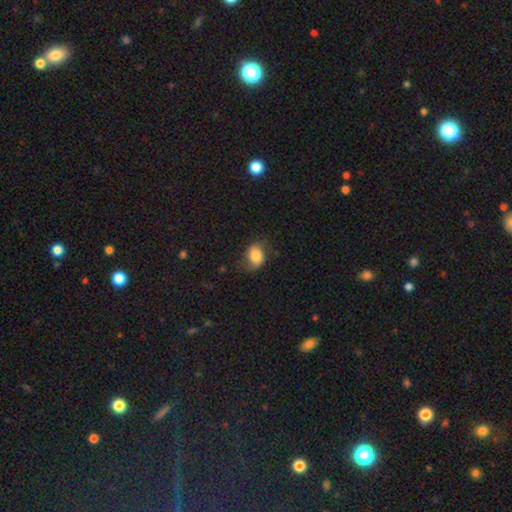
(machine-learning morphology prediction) A smooth galaxy with no disk features (72%) that is in between round and cigar-shaped (71%).

Vote fractions:
- Smooth or featured? smooth: 72% / featured or disk: 19% / star or artifact: 8%
- How rounded? in between: 71% / round: 27% / cigar-shaped: 1%
- Merging? none: 60% / minor disturbance: 27% / major disturbance: 12% / merger: 1%